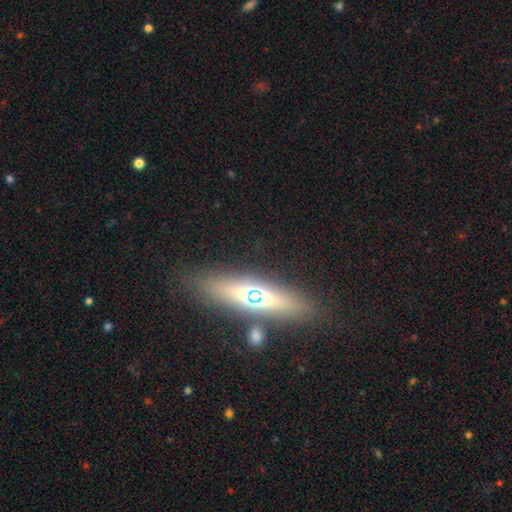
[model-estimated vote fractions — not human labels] Overall: featured or disk (56%; smooth 35%). Edge-on disk: yes (85%). Merging: none (81%).